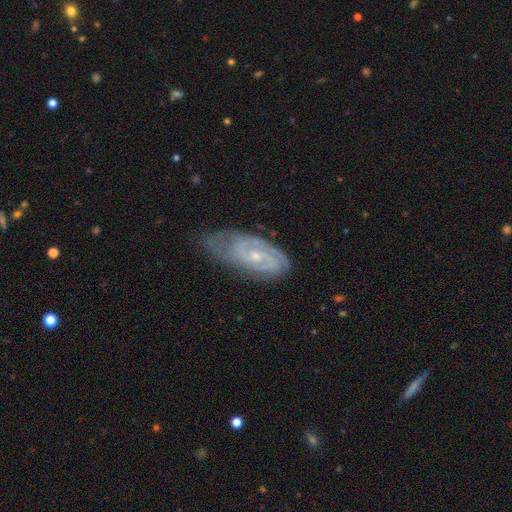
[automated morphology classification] The model was most divided on "spiral arm count": 2: 47%, can't tell: 31%, 3: 11%, 1: 4%, 4: 4%, more than 4: 3%. More confident: edge-on disk — no (93%); spiral arms — yes (92%); smooth or featured — featured or disk (79%); bulge size — small (66%); spiral winding — tight (60%); bar — no (56%); merging — none (56%).